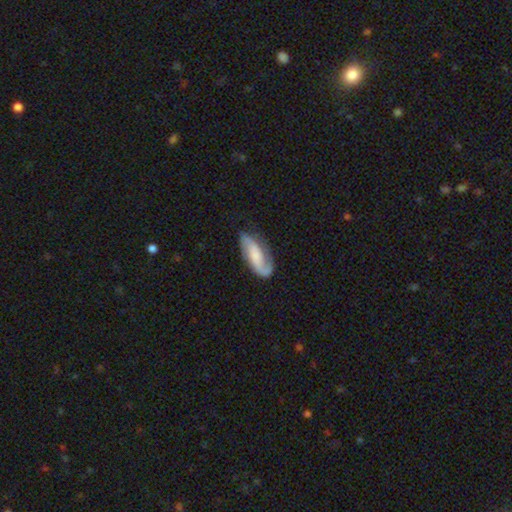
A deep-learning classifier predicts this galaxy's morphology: This appears to be a featured or disk galaxy (72%) with no bar (52%), 2 (81%) medium (45%) spiral arms (95%) and a small central bulge (32%). Merging: none (71%).